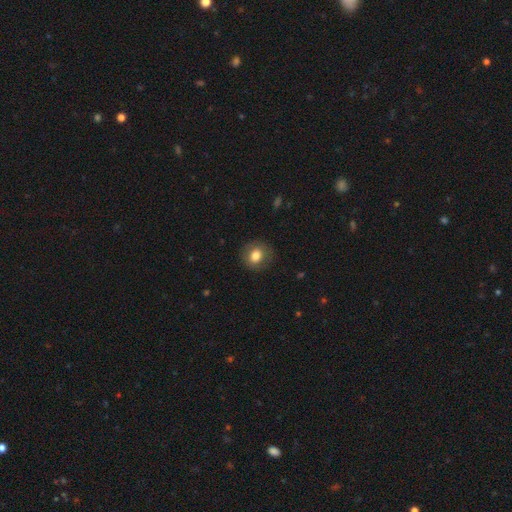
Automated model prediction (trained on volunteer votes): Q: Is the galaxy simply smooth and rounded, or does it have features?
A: smooth — 78%.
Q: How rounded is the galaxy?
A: round — 80%.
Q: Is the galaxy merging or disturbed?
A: none — 87%.